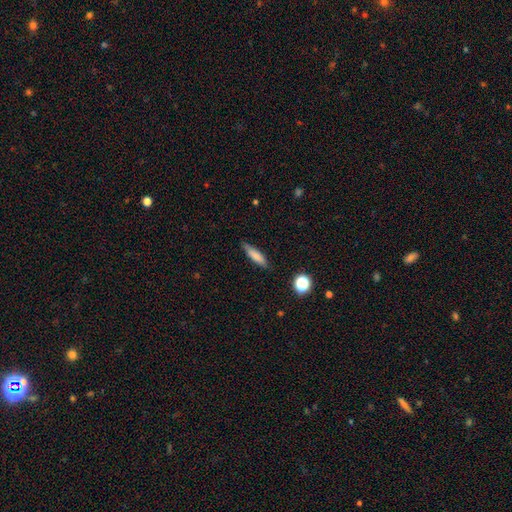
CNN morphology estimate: Smooth or featured? smooth (78%)
How rounded? cigar-shaped (70%)
Merging? none (81%)